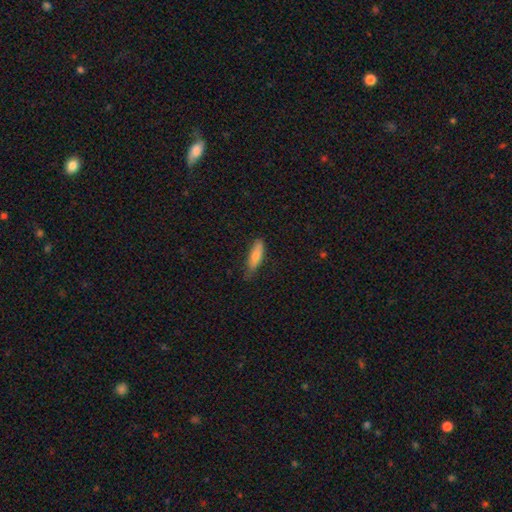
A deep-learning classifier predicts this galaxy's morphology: Overall: smooth (73%). How rounded: cigar-shaped (63%; in between 35%). Merging: none (75%).